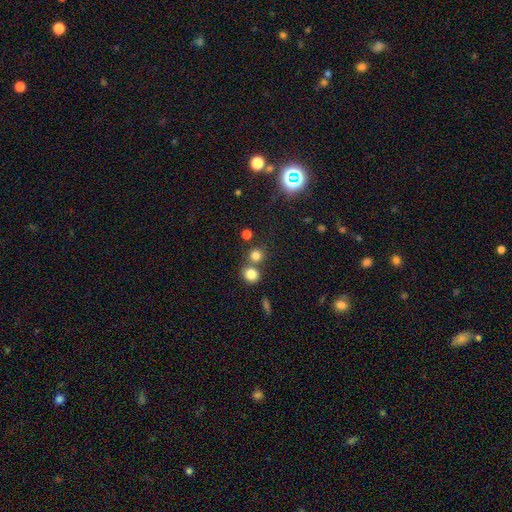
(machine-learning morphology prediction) A smooth galaxy with no disk features (78%) that is round (88%).

Vote fractions:
- Smooth or featured? smooth: 78% / star or artifact: 15% / featured or disk: 7%
- How rounded? round: 88% / in between: 11% / cigar-shaped: 1%
- Merging? none: 61% / merger: 29% / minor disturbance: 7% / major disturbance: 3%